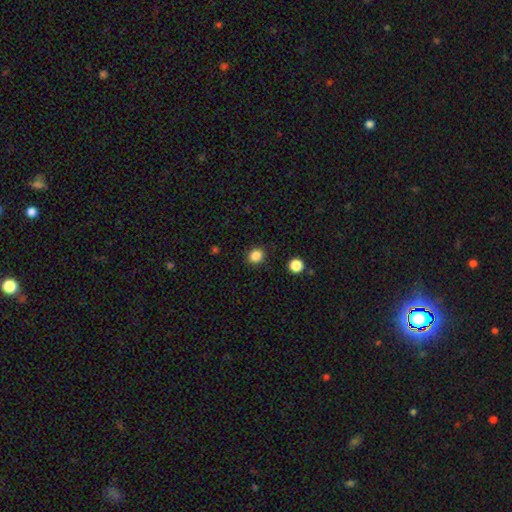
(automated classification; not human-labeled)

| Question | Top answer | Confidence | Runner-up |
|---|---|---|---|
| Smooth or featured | smooth | 85% | star or artifact (11%) |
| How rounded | round | 78% | in between (21%) |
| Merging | none | 89% | minor disturbance (7%) |